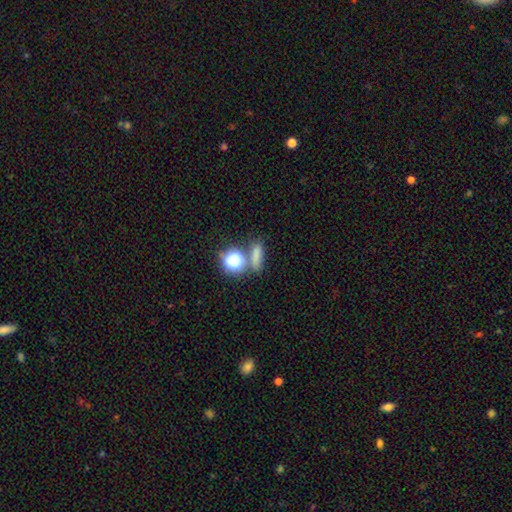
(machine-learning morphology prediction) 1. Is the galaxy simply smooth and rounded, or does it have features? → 80% smooth, 11% featured or disk, 9% star or artifact.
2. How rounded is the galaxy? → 46% in between, 40% round, 14% cigar-shaped.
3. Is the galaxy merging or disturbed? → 42% merger, 41% none, 11% minor disturbance, 6% major disturbance.